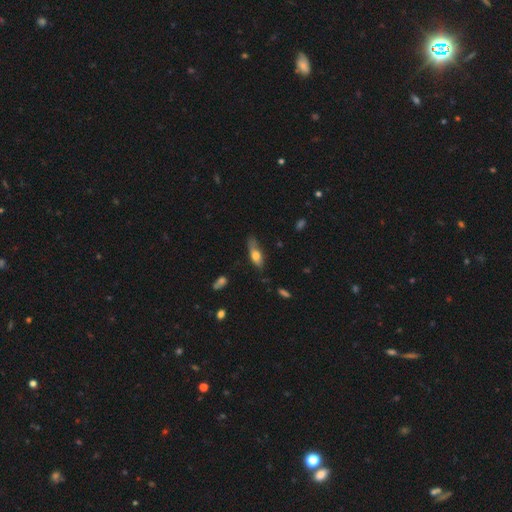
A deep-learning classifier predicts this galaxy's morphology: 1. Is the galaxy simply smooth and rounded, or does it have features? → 62% smooth, 31% featured or disk, 7% star or artifact.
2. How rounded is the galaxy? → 54% in between, 43% cigar-shaped, 3% round.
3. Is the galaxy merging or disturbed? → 60% none, 30% minor disturbance, 8% major disturbance, 3% merger.